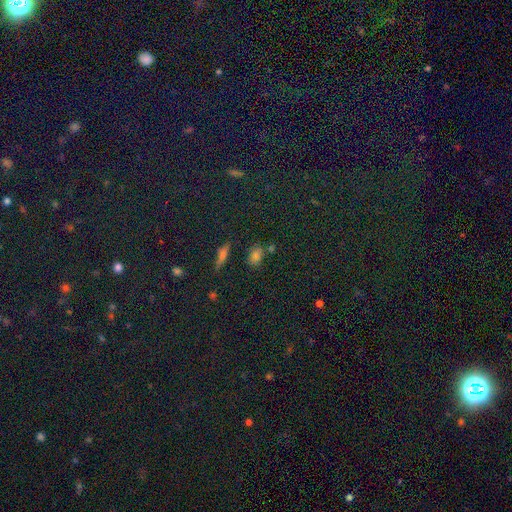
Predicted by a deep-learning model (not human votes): The model was most divided on "how rounded": in between: 69%, round: 25%, cigar-shaped: 6%. More confident: merging — none (73%); smooth or featured — smooth (67%).